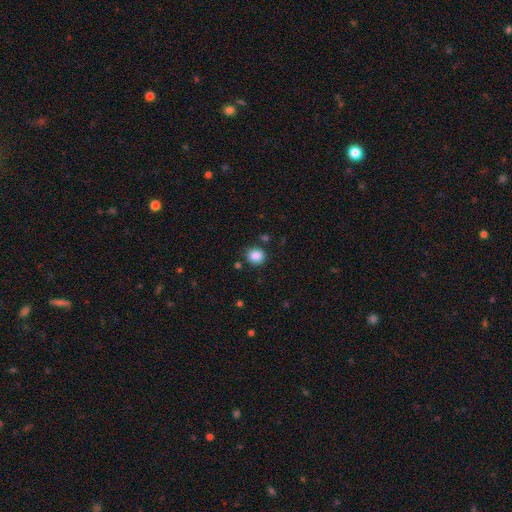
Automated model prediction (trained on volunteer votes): This appears to be a smooth galaxy with no disk features (87%) that is round (80%). Merging: none (83%).